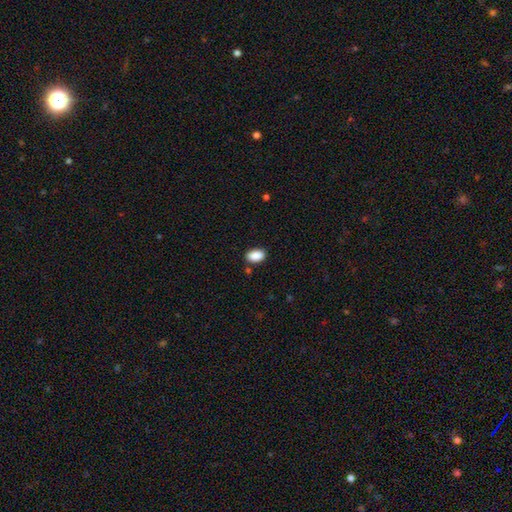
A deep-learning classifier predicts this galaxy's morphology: smooth_or_featured: smooth (p=0.89) [alt: star or artifact p=0.08]
how_rounded: in between (p=0.90) [alt: round p=0.09]
merging: none (p=0.84) [alt: minor disturbance p=0.11]